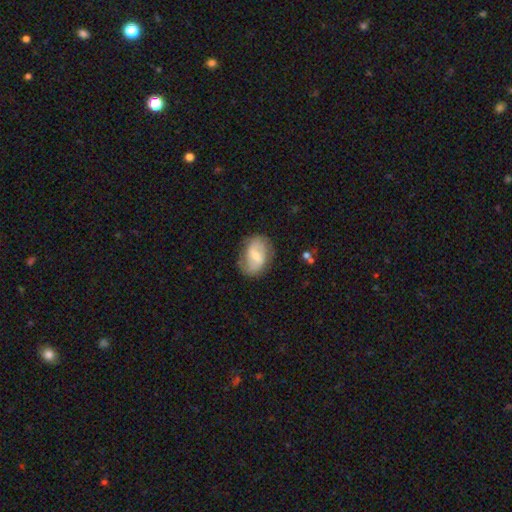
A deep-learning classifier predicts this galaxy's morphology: featured or disk 57%, smooth 37%, star or artifact 6%. Down the decision tree: edge-on disk — no (96%); bar — weak (48%); spiral arms — yes (69%); bulge size — small (46%); merging — none (70%).